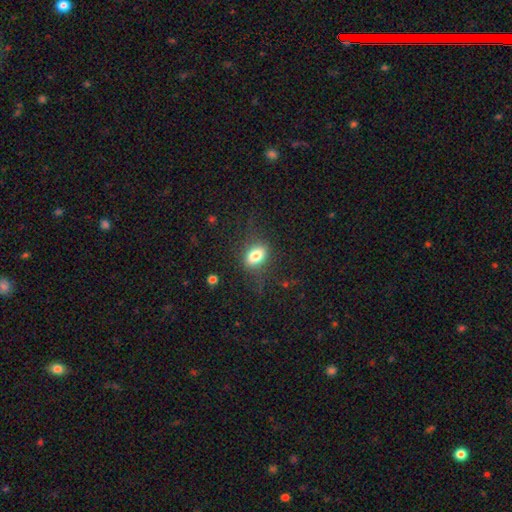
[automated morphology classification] Smooth or featured: smooth — 77% (featured or disk — 13%)
How rounded: in between — 79% (round — 18%)
Merging: none — 72% (minor disturbance — 16%)